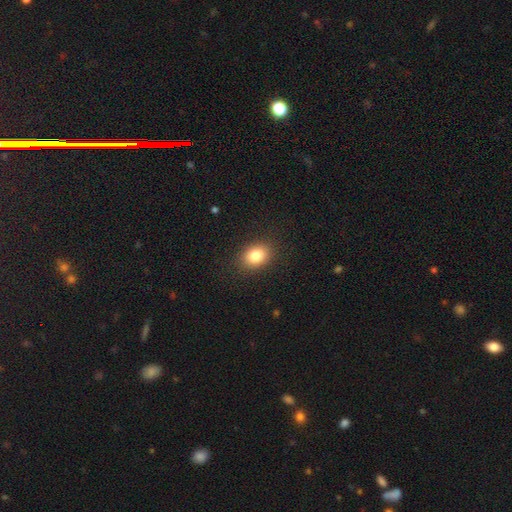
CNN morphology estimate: type=smooth (83%); roundness=in between (65%); merging=none (87%).